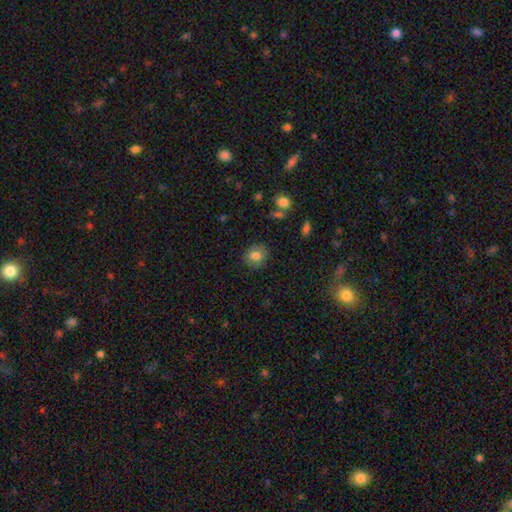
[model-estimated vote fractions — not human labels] Morphology: type=smooth (80%); roundness=round (74%); merging=none (85%).